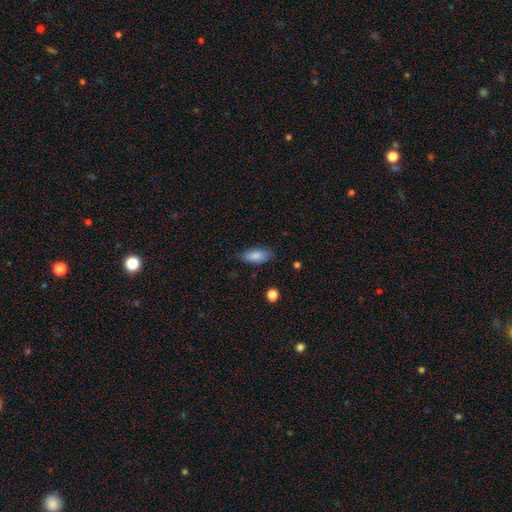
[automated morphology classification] A smooth galaxy with no disk features (86%) that is in between round and cigar-shaped (86%). Merging: none (79%).